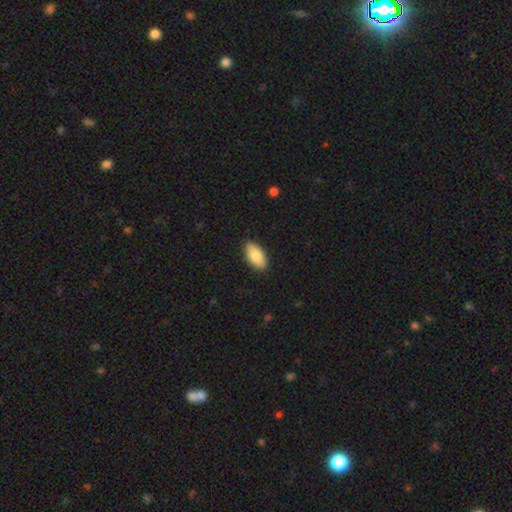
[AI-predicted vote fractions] Smooth or featured? smooth (85%)
How rounded? in between (93%)
Merging? none (89%)